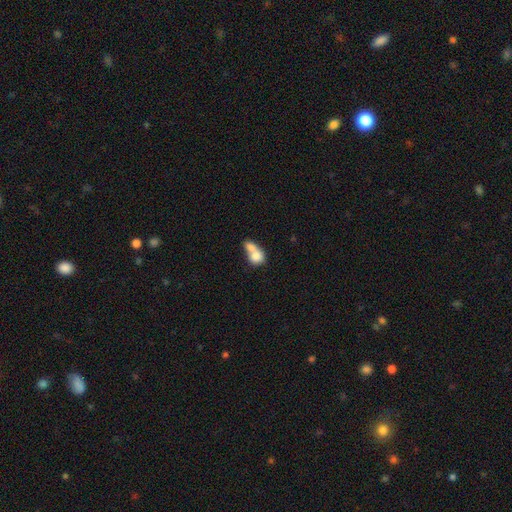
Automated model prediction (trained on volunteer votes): Morphology: type=smooth (75%); roundness=round (50%); merging=merger (71%).